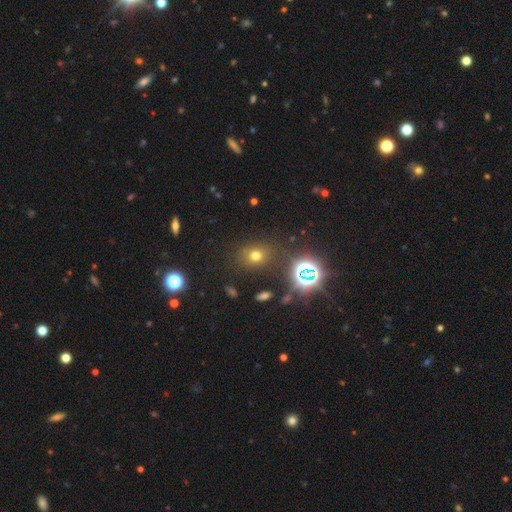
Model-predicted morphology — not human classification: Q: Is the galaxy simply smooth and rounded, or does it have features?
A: smooth — 61%.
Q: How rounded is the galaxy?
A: round — 60%.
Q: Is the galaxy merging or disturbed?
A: none — 83%.